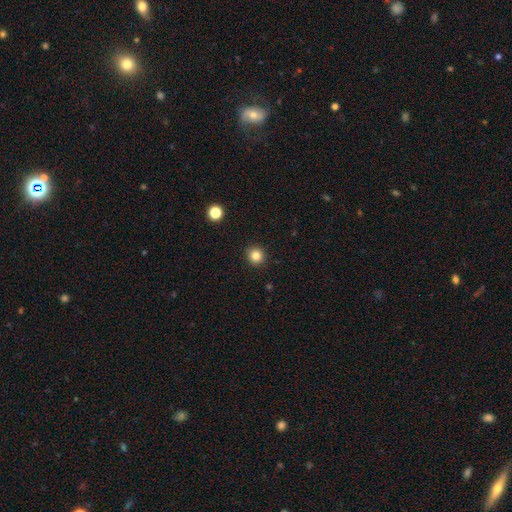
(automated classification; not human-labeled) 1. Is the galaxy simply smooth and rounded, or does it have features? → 83% smooth, 12% star or artifact, 5% featured or disk.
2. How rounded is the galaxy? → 93% round, 6% in between, 1% cigar-shaped.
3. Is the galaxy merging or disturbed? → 92% none, 5% minor disturbance, 2% major disturbance, 1% merger.